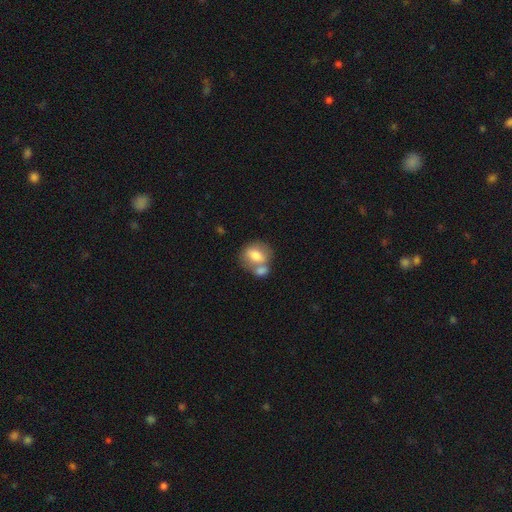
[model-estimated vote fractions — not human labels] smooth 71%, featured or disk 21%, star or artifact 7%. Down the decision tree: how rounded — in between (56%); merging — merger (50%).